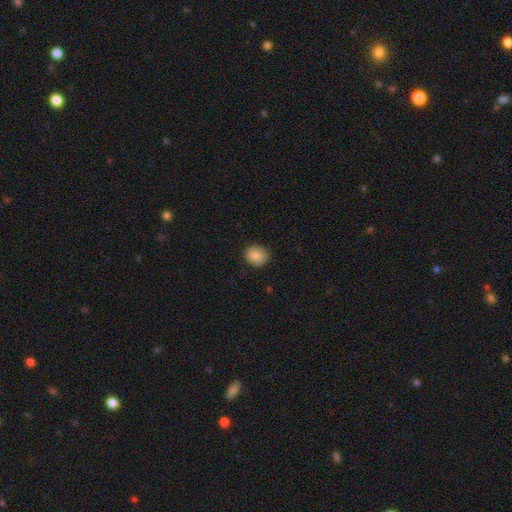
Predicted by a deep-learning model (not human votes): Smooth or featured? Predicted: smooth (p=0.87). How rounded? Predicted: round (p=0.76). Merging? Predicted: none (p=0.88).